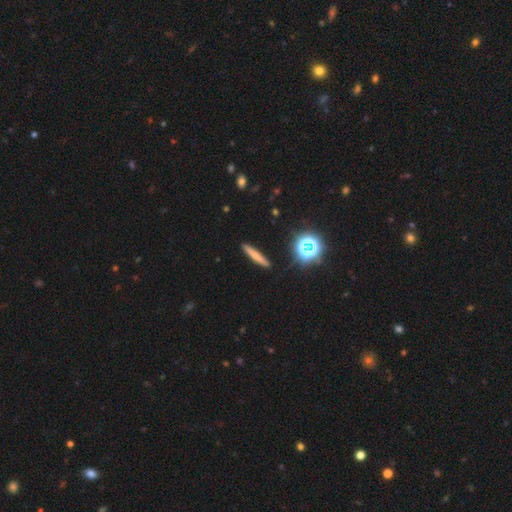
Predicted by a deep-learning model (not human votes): This appears to be a smooth galaxy with no disk features (60%) that is cigar-shaped (90%). Merging: none (90%).